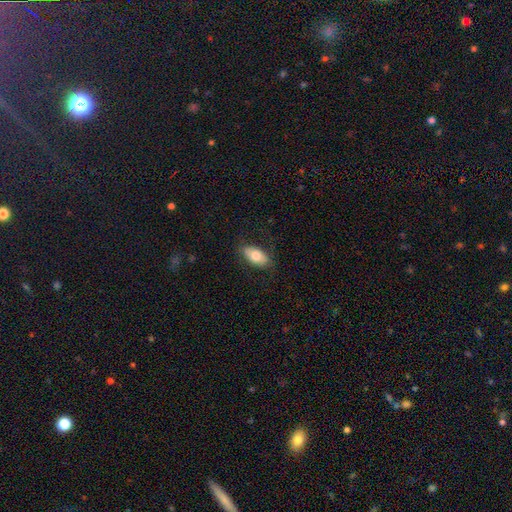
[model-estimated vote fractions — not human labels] Morphology: type=smooth (75%); roundness=in between (91%); merging=none (81%).